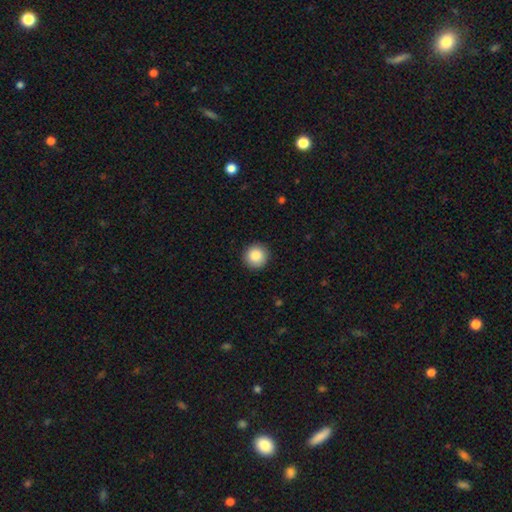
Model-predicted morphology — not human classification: smooth-or-featured: smooth: 87% | star or artifact: 8% | featured or disk: 5%
  how-rounded: round: 95% | in between: 4% | cigar-shaped: 1%
  merging: none: 92% | minor disturbance: 6% | major disturbance: 2% | merger: 1%